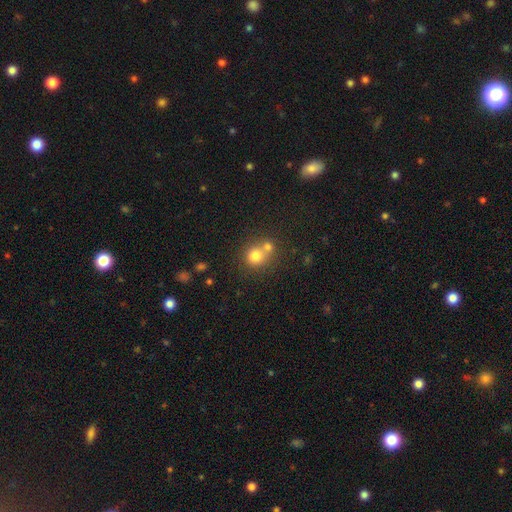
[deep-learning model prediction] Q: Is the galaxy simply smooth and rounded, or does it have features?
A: smooth — 76%.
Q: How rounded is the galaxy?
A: round — 83%.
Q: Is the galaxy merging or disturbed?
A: merger — 48%.